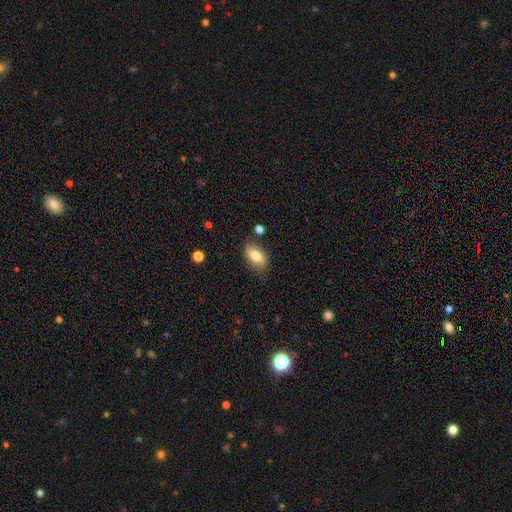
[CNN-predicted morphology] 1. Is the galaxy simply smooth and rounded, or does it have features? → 75% smooth, 18% featured or disk, 7% star or artifact.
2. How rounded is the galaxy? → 90% in between, 6% round, 4% cigar-shaped.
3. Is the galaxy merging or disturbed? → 77% none, 17% minor disturbance, 3% major disturbance, 3% merger.